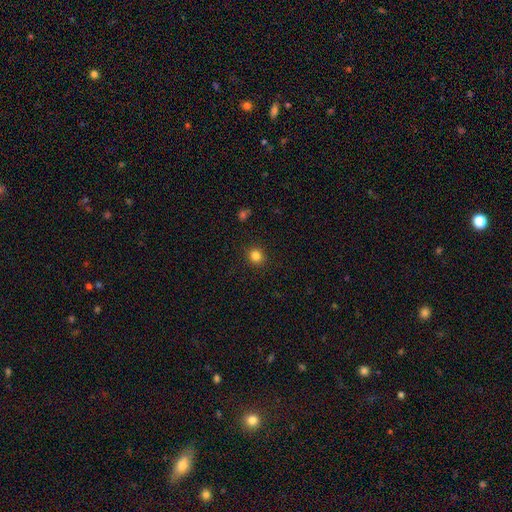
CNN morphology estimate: Smooth or featured: smooth — 83% (star or artifact — 12%)
How rounded: round — 87% (in between — 12%)
Merging: none — 91% (minor disturbance — 6%)